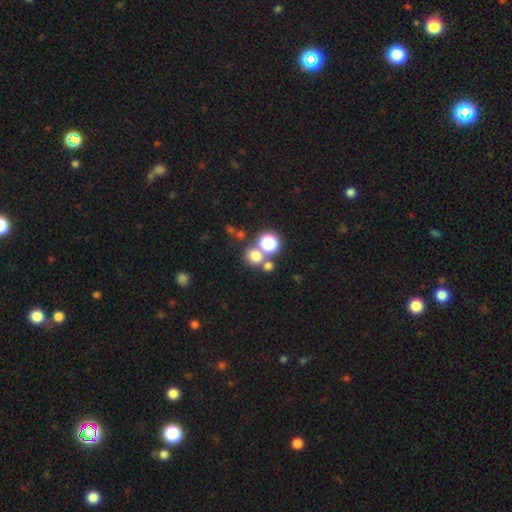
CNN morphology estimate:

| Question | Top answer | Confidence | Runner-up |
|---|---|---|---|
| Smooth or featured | smooth | 71% | star or artifact (20%) |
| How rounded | round | 81% | in between (18%) |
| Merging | none | 57% | merger (31%) |